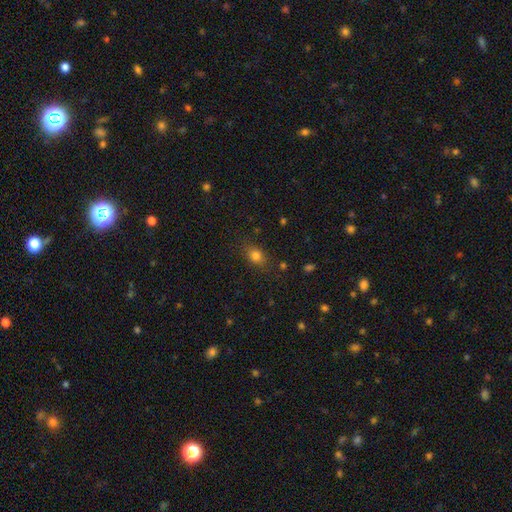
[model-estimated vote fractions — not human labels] smooth_or_featured: smooth (p=0.79) [alt: star or artifact p=0.13]
how_rounded: in between (p=0.67) [alt: round p=0.30]
merging: none (p=0.79) [alt: minor disturbance p=0.14]